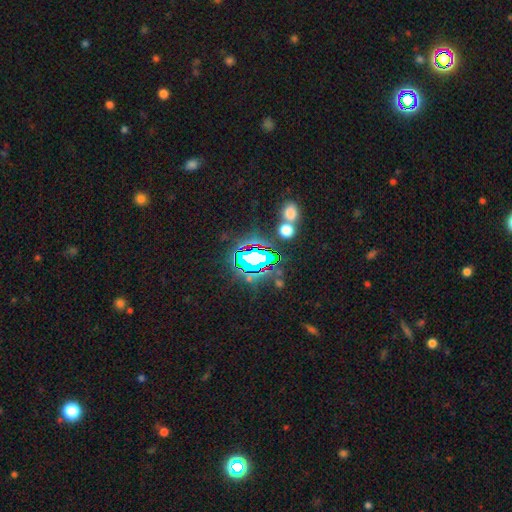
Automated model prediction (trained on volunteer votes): Morphology: type=star or artifact (68%).